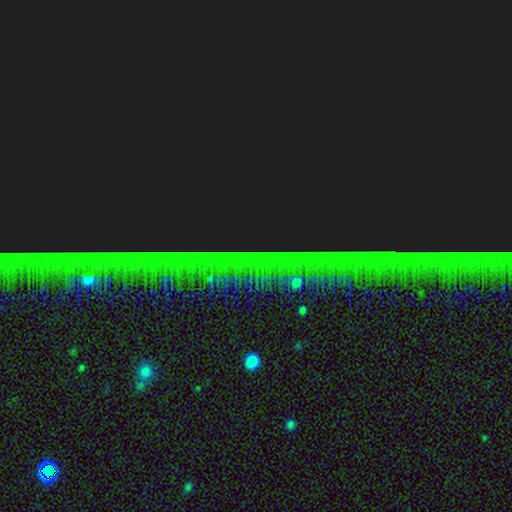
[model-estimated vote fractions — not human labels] This is clearly a star or artifact rather than a galaxy (87%).